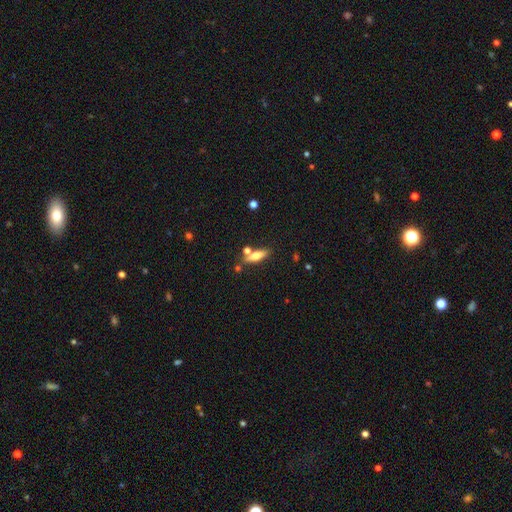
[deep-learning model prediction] The model was most divided on "how rounded": cigar-shaped: 54%, in between: 43%, round: 4%. More confident: merging — none (70%); smooth or featured — smooth (54%).